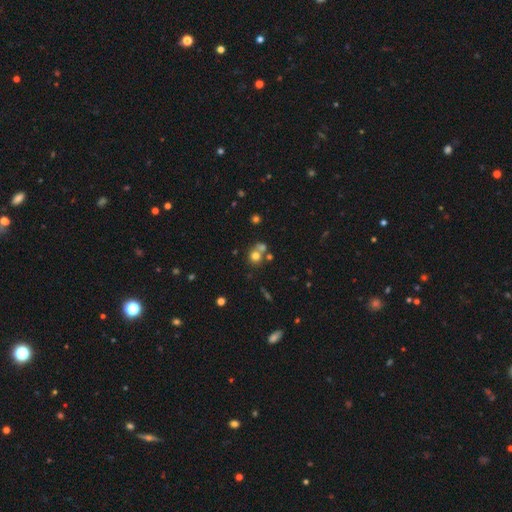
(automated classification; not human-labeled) The model was most divided on "merging": none: 49%, merger: 39%, minor disturbance: 8%, major disturbance: 4%. More confident: how rounded — round (83%); smooth or featured — smooth (71%).